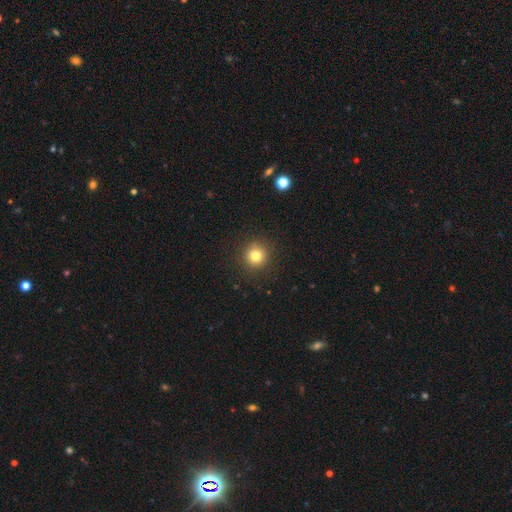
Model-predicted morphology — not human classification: smooth 80%, star or artifact 13%, featured or disk 7%. Down the decision tree: how rounded — round (94%); merging — none (91%).